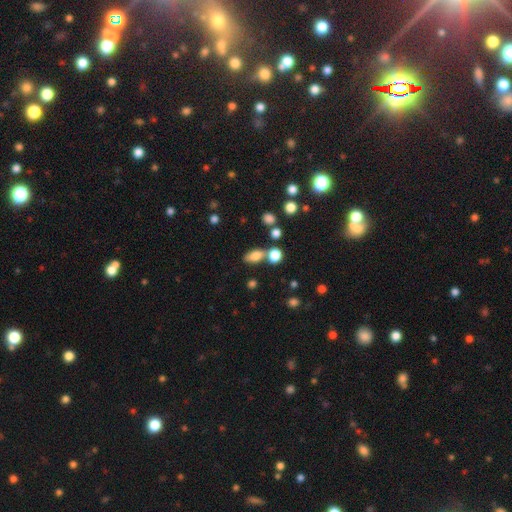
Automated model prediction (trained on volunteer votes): This is likely a smooth galaxy (76%). How rounded: likely in between (79%). Merging: possibly none (57%).